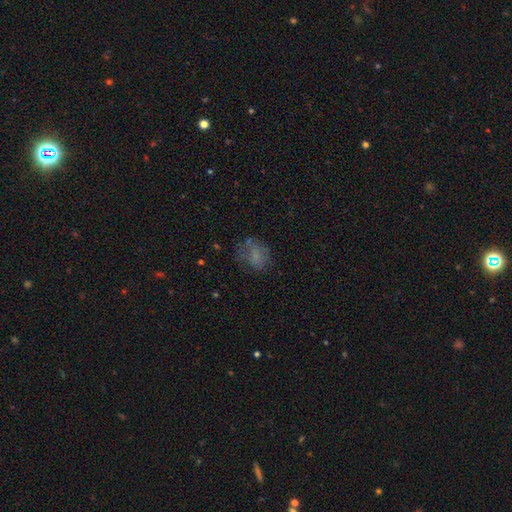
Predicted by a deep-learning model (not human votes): Q: Smooth or featured?
A: smooth (60%); runner-up: featured or disk (24%)
Q: How rounded?
A: round (50%); runner-up: in between (48%)
Q: Merging?
A: none (52%); runner-up: minor disturbance (23%)